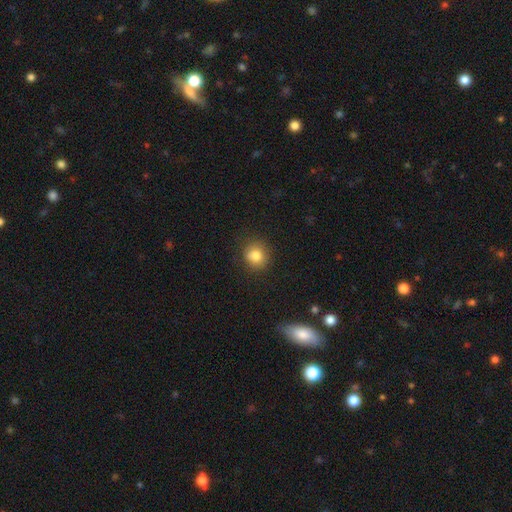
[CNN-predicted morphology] This appears to be a smooth galaxy with no disk features (83%) that is round (84%). Merging: none (85%).